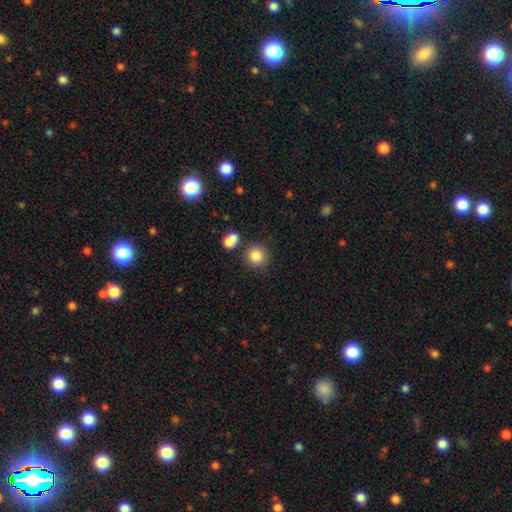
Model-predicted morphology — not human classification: A smooth galaxy with no disk features (83%) that is round (91%).

Vote fractions:
- Smooth or featured? smooth: 83% / star or artifact: 11% / featured or disk: 6%
- How rounded? round: 91% / in between: 8% / cigar-shaped: 1%
- Merging? none: 77% / merger: 11% / minor disturbance: 9% / major disturbance: 3%